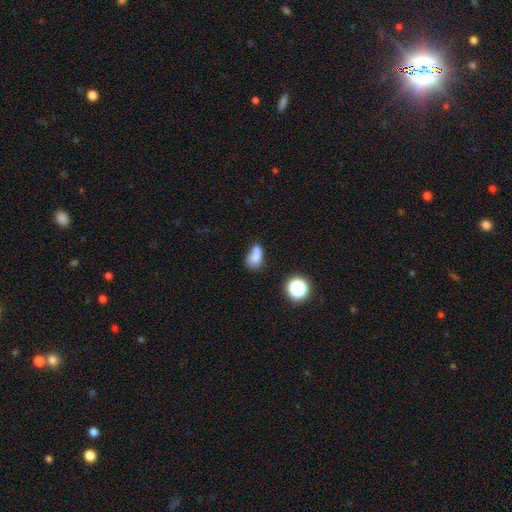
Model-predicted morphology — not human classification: type=smooth (71%); roundness=in between (72%); merging=none (31%, tied with merger).